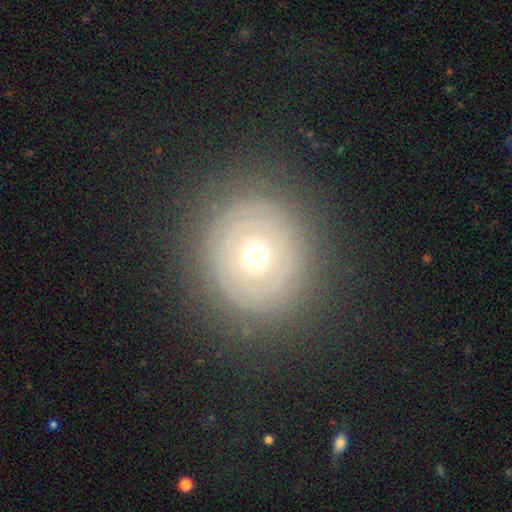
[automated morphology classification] A featured or disk galaxy (55%) with no bar (91%), no spiral arms (61%) and a moderate central bulge (65%). Merging: none (84%).